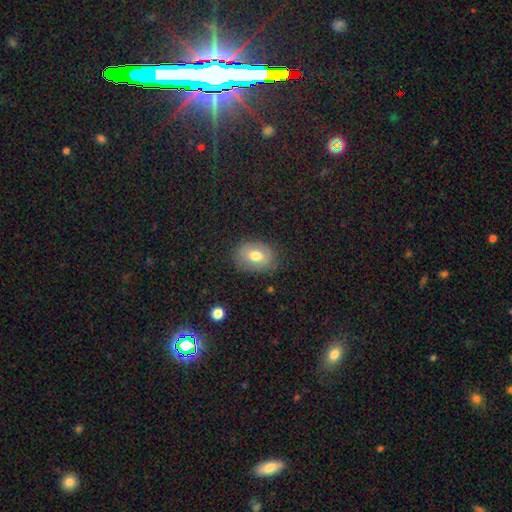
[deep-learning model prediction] Q: Smooth or featured?
A: smooth (64%); runner-up: featured or disk (27%)
Q: How rounded?
A: in between (68%); runner-up: round (31%)
Q: Merging?
A: none (79%); runner-up: minor disturbance (15%)